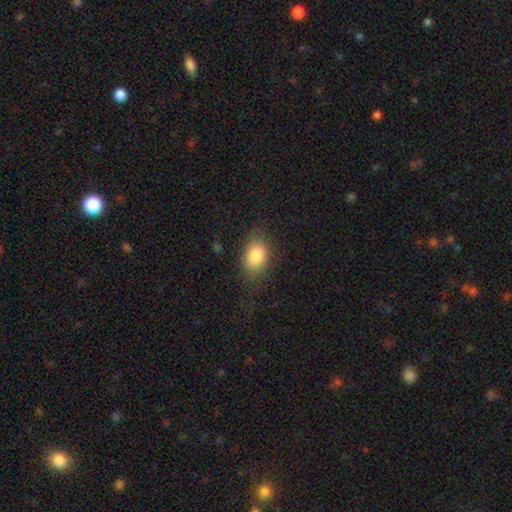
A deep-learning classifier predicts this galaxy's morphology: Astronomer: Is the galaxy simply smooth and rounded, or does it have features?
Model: smooth — 86%.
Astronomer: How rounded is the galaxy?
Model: in between — 78%.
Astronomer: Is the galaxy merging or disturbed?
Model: none — 74%.